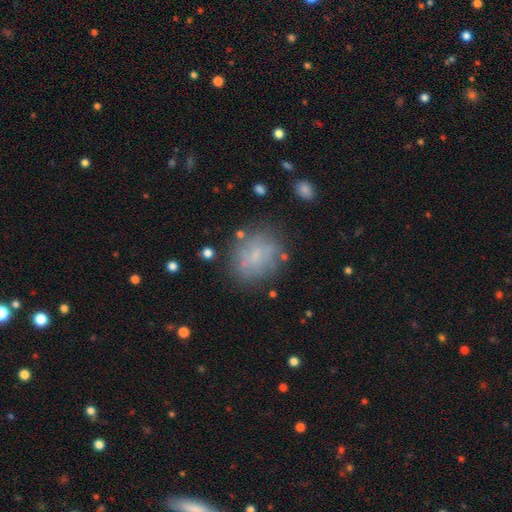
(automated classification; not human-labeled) This is possibly a smooth galaxy (60%). How rounded: possibly round (55%). Merging: likely none (73%).